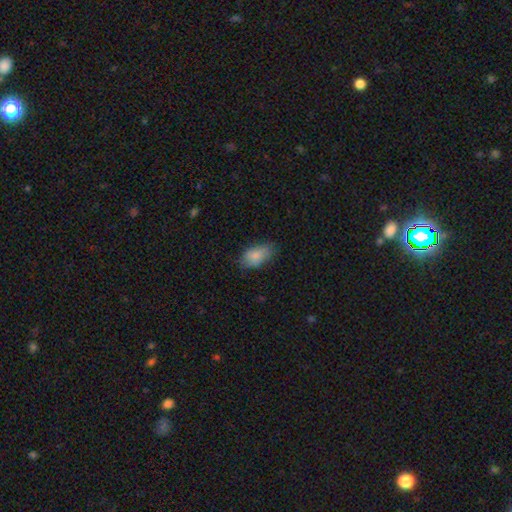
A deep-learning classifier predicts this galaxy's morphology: smooth 84%, featured or disk 9%, star or artifact 7%. Down the decision tree: how rounded — in between (92%); merging — none (69%).